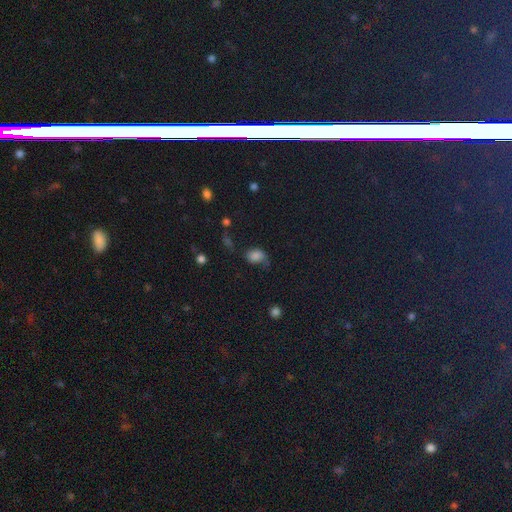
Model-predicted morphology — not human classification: Smooth or featured? Predicted: smooth (p=0.75). How rounded? Predicted: in between (p=0.72). Merging? Predicted: none (p=0.44).